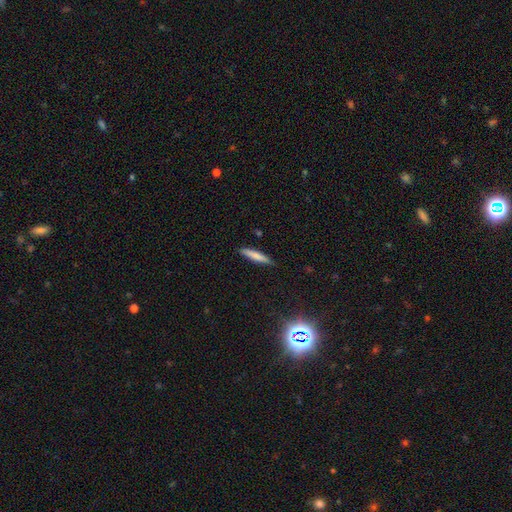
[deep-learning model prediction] Smooth or featured: smooth — 72% (featured or disk — 21%)
How rounded: cigar-shaped — 90% (in between — 8%)
Merging: none — 85% (minor disturbance — 11%)